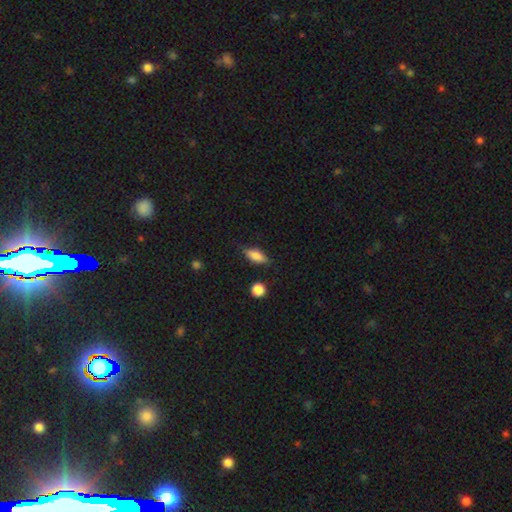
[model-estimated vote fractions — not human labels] Morphology: type=smooth (77%); roundness=in between (76%); merging=none (77%).